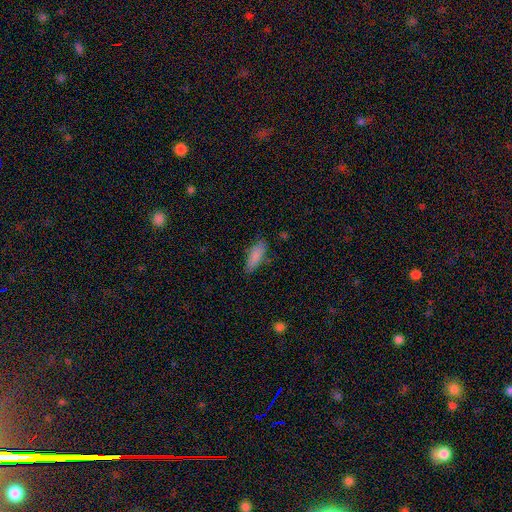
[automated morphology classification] This appears to be a smooth galaxy with no disk features (85%) that is in between round and cigar-shaped (67%). Merging: none (75%).